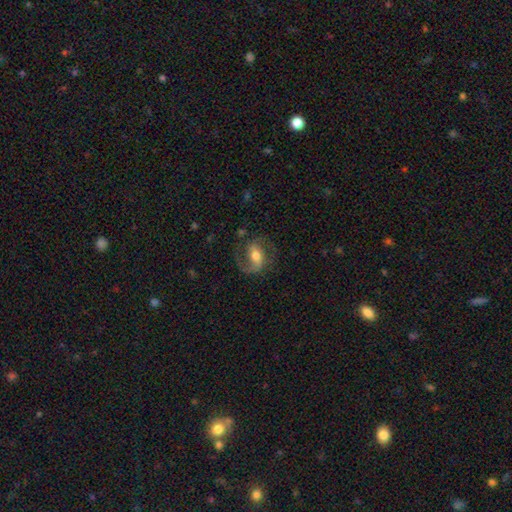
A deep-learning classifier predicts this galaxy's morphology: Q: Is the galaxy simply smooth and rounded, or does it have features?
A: featured or disk — 78%.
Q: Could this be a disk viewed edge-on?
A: no — 96%.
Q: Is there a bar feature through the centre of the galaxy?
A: weak — 41%.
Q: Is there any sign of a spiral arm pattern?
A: yes — 94%.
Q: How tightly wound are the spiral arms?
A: medium — 51%.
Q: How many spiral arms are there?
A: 2 — 75%.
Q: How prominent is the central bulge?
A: moderate — 67%.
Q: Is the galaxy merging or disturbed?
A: none — 69%.